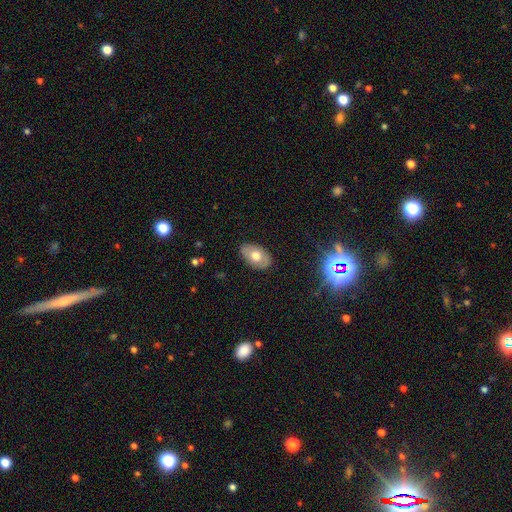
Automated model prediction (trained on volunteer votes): smooth-or-featured: smooth: 64% | featured or disk: 28% | star or artifact: 8%
  how-rounded: in between: 88% | round: 10% | cigar-shaped: 1%
  merging: none: 84% | minor disturbance: 13% | major disturbance: 3% | merger: 1%